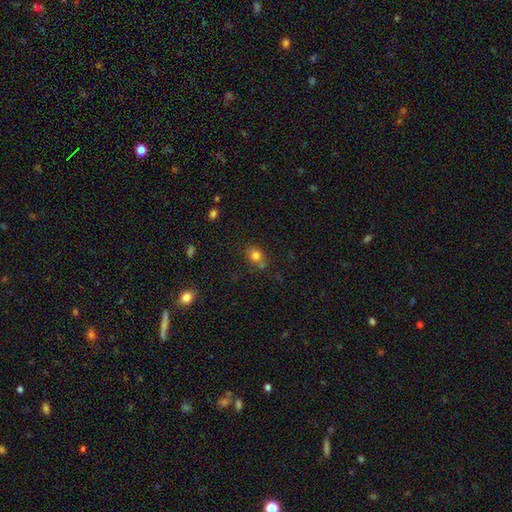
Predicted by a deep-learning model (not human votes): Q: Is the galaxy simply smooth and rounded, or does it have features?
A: smooth — 79%.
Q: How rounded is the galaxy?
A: round — 52%.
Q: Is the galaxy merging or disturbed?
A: none — 61%.